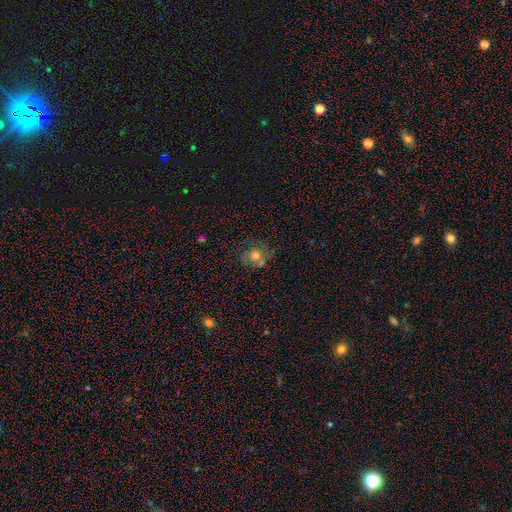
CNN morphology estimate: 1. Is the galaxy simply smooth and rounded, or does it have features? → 59% smooth, 27% featured or disk, 14% star or artifact.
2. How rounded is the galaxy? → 75% round, 24% in between, 1% cigar-shaped.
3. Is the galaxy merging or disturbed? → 50% none, 22% merger, 18% minor disturbance, 10% major disturbance.